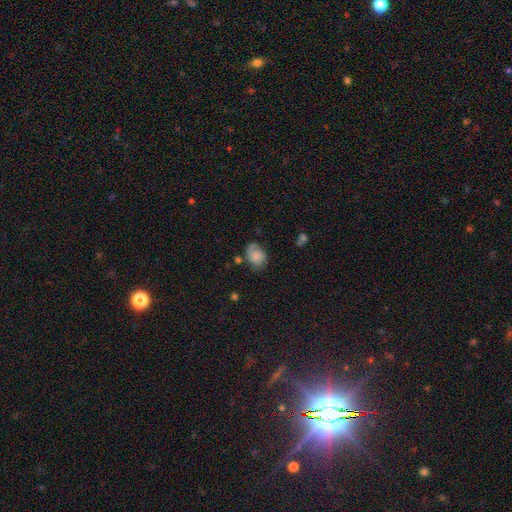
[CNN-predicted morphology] Q: Smooth or featured?
A: smooth (59%); runner-up: featured or disk (32%)
Q: How rounded?
A: in between (68%); runner-up: round (30%)
Q: Merging?
A: none (58%); runner-up: minor disturbance (27%)